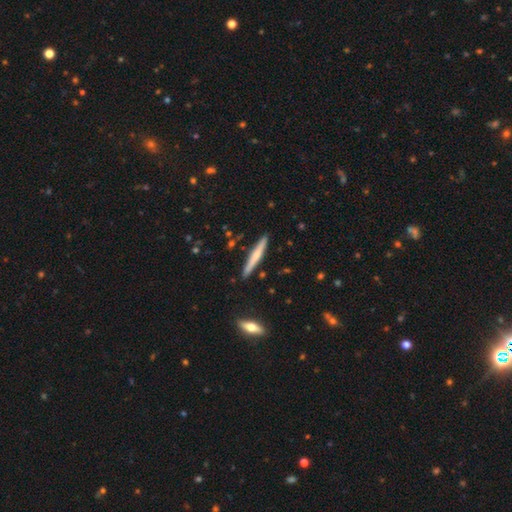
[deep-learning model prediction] Overall: smooth (52%; featured or disk 42%). How rounded: cigar-shaped (95%). Merging: none (88%).